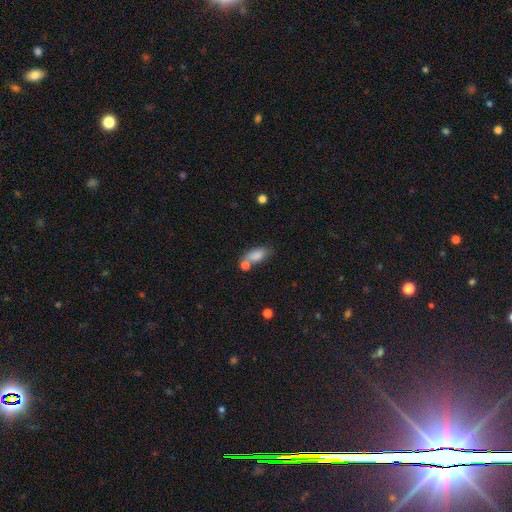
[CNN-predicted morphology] Smooth or featured? Predicted: smooth (p=0.83). How rounded? Predicted: in between (p=0.85). Merging? Predicted: none (p=0.51).